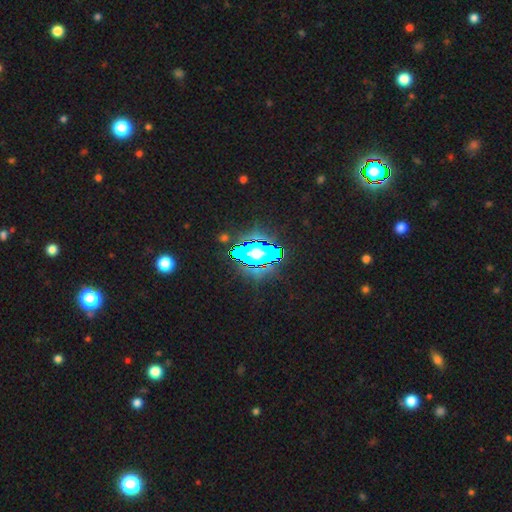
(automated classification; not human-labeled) smooth_or_featured: star or artifact (p=0.66) [alt: smooth p=0.19]